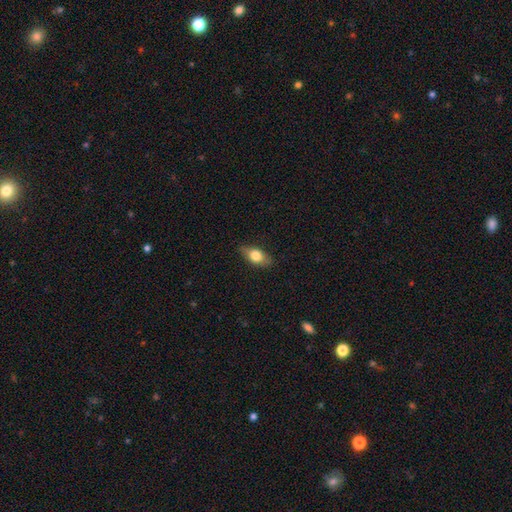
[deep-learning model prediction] A smooth galaxy with no disk features (71%) that is in between round and cigar-shaped (80%).

Vote fractions:
- Smooth or featured? smooth: 71% / featured or disk: 21% / star or artifact: 7%
- How rounded? in between: 80% / cigar-shaped: 10% / round: 9%
- Merging? none: 81% / minor disturbance: 15% / major disturbance: 3% / merger: 1%